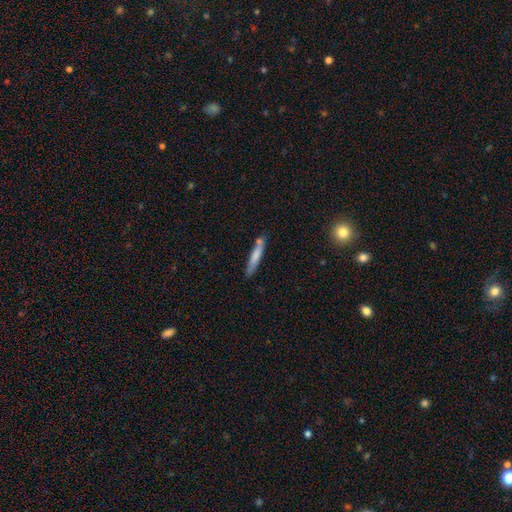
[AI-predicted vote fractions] Q: Smooth or featured?
A: smooth (73%); runner-up: featured or disk (21%)
Q: How rounded?
A: cigar-shaped (92%); runner-up: in between (7%)
Q: Merging?
A: none (73%); runner-up: minor disturbance (15%)